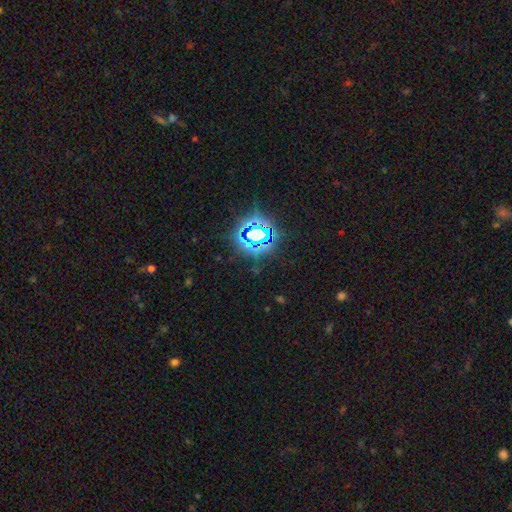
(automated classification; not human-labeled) Smooth or featured?
  - star or artifact: 80% *
  - smooth: 15%
  - featured or disk: 6%